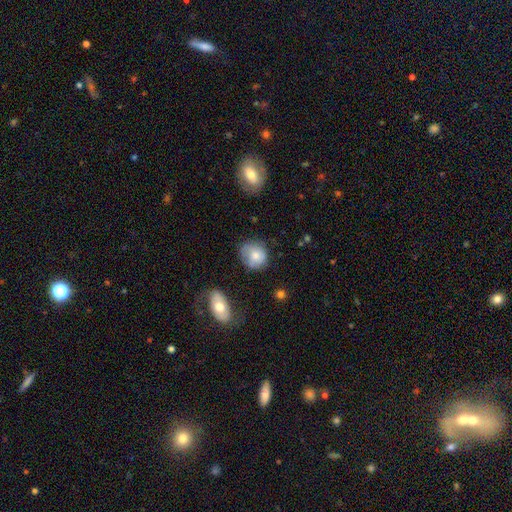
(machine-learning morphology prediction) smooth-or-featured: smooth: 70% | featured or disk: 22% | star or artifact: 8%
  how-rounded: round: 76% | in between: 23% | cigar-shaped: 1%
  merging: none: 64% | minor disturbance: 25% | major disturbance: 8% | merger: 3%